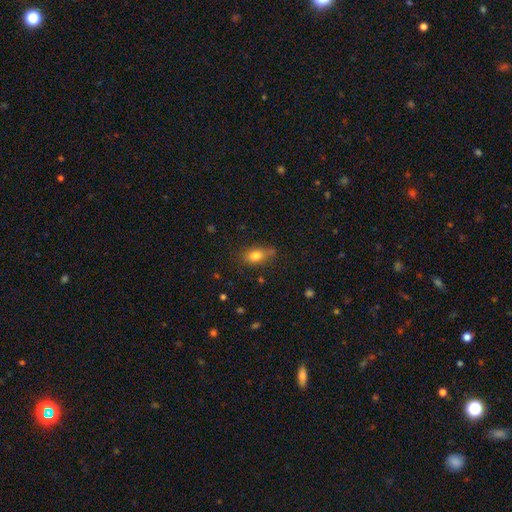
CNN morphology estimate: Smooth or featured? smooth (79%)
How rounded? in between (78%)
Merging? none (66%)